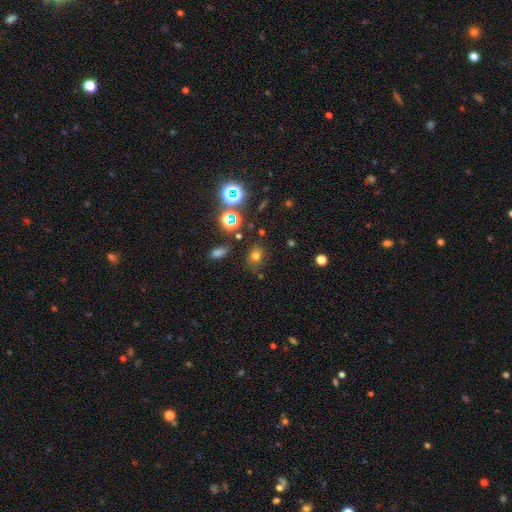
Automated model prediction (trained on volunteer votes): smooth_or_featured: smooth (p=0.66) [alt: star or artifact p=0.25]
how_rounded: round (p=0.52) [alt: in between p=0.46]
merging: none (p=0.73) [alt: minor disturbance p=0.16]